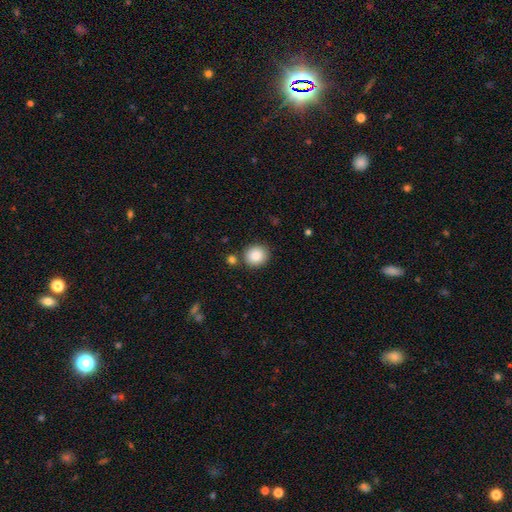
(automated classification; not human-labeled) This is clearly a smooth galaxy (86%). How rounded: clearly round (83%). Merging: clearly none (83%).